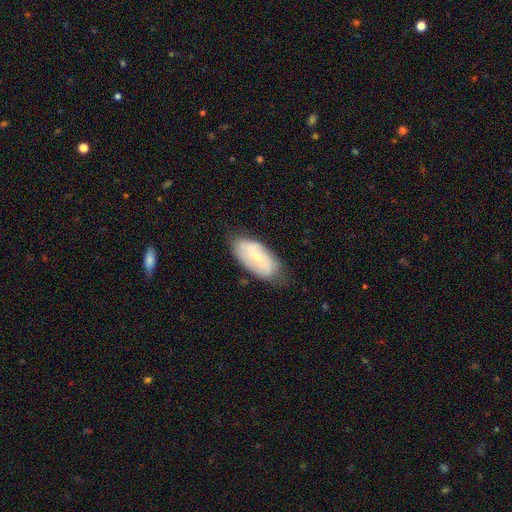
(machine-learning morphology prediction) This appears to be a smooth galaxy with no disk features (48%). Merging: none (71%).